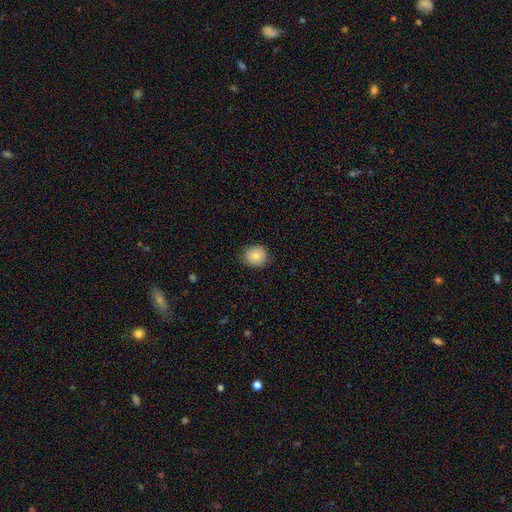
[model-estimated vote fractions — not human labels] Q: Smooth or featured?
A: smooth (83%); runner-up: featured or disk (9%)
Q: How rounded?
A: round (80%); runner-up: in between (19%)
Q: Merging?
A: none (85%); runner-up: minor disturbance (12%)